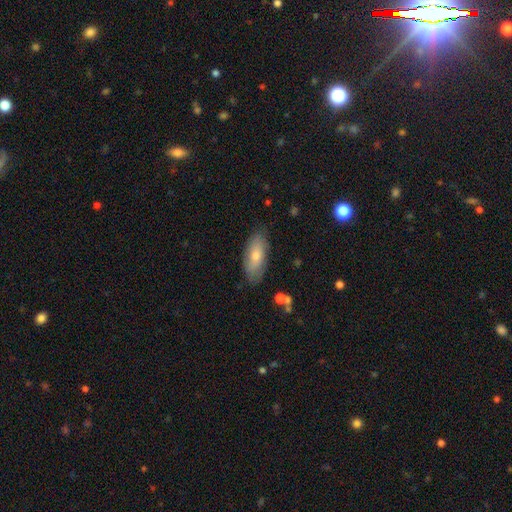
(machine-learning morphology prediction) A smooth galaxy with no disk features (69%) that is in between round and cigar-shaped (73%). Merging: none (82%).